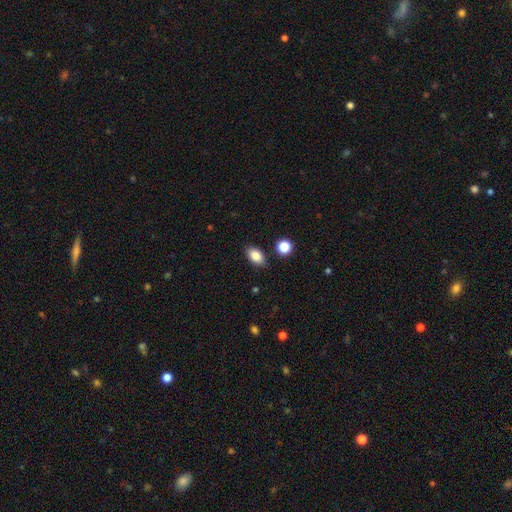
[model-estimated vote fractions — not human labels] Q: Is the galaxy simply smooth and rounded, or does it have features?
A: smooth — 85%.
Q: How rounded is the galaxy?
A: in between — 88%.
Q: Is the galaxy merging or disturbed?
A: none — 85%.